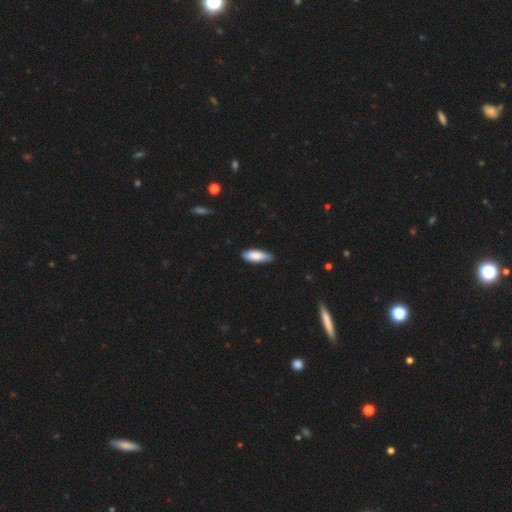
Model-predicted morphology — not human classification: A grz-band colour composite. It shows a smooth galaxy with no disk features (83%) that is in between round and cigar-shaped (68%). Merging: none (81%).